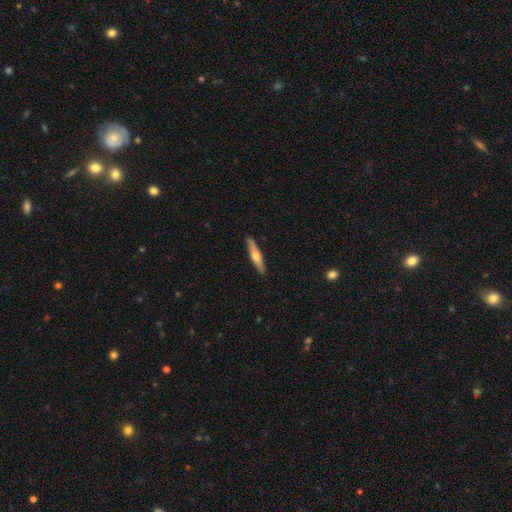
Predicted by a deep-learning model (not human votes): Smooth or featured? smooth (48%)
Merging? none (90%)